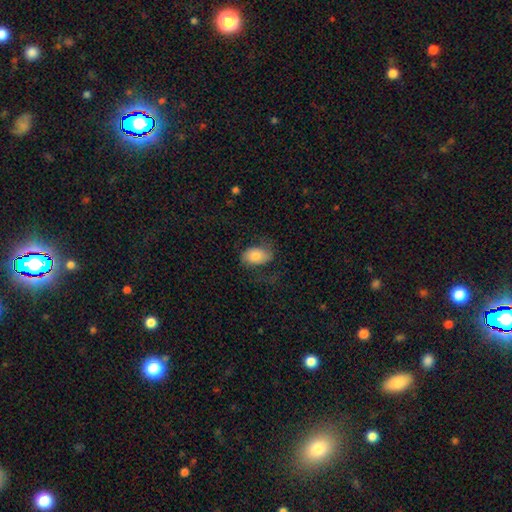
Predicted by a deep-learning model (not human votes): Q: Smooth or featured?
A: smooth (73%); runner-up: featured or disk (20%)
Q: How rounded?
A: in between (91%); runner-up: round (8%)
Q: Merging?
A: none (57%); runner-up: minor disturbance (23%)